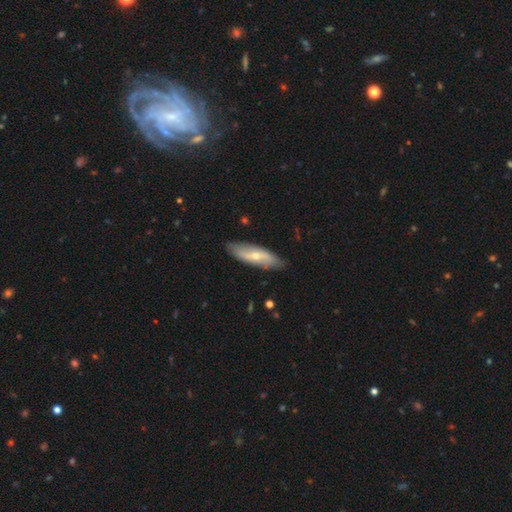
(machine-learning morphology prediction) Q: Smooth or featured?
A: featured or disk (56%); runner-up: smooth (39%)
Q: Edge-on disk?
A: no (73%); runner-up: yes (27%)
Q: Merging?
A: none (84%); runner-up: minor disturbance (12%)